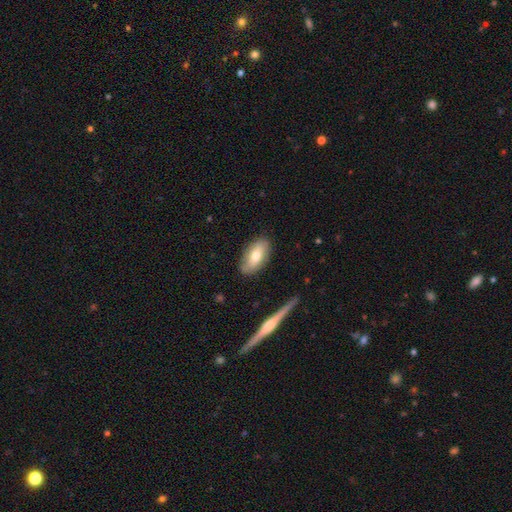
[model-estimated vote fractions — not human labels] This is likely a smooth galaxy (71%). How rounded: clearly in between (91%). Merging: clearly none (82%).